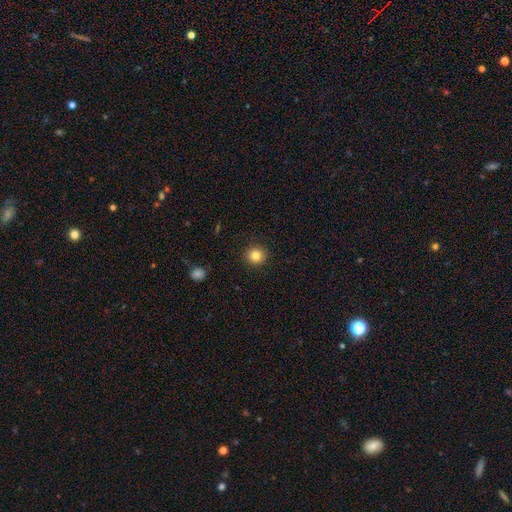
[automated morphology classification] smooth_or_featured: smooth (p=0.83) [alt: star or artifact p=0.11]
how_rounded: round (p=0.93) [alt: in between p=0.06]
merging: none (p=0.92) [alt: minor disturbance p=0.05]